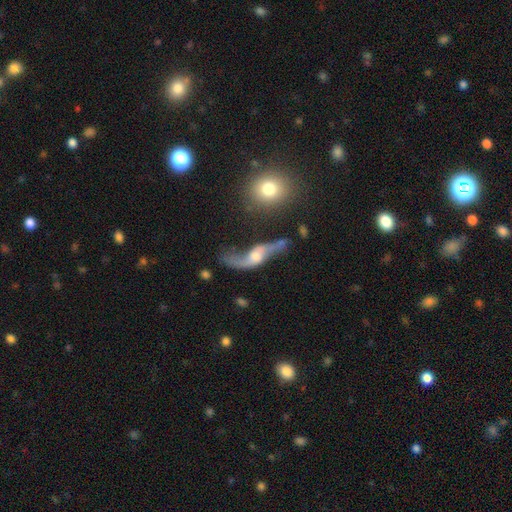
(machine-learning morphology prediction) Overall: featured or disk (83%). Edge-on disk: no (83%). Bar: no (53%; weak 36%). Spiral arms: yes (92%). Spiral arm count: 2 (91%). Spiral winding: loose (91%). Bulge size: moderate (51%; small 29%). Merging: none (51%; minor disturbance 20%).